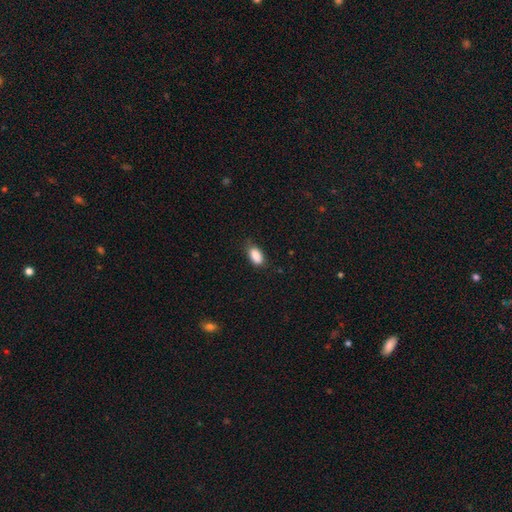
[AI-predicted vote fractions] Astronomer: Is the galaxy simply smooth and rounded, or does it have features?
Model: smooth — 89%.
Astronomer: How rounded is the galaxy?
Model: in between — 91%.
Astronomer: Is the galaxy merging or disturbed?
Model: none — 71%.